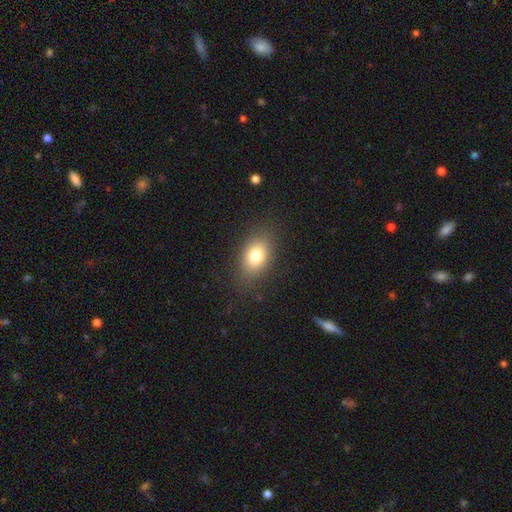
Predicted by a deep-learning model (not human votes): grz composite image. It shows a smooth galaxy with no disk features (78%) that is in between round and cigar-shaped (81%). Merging: none (83%).